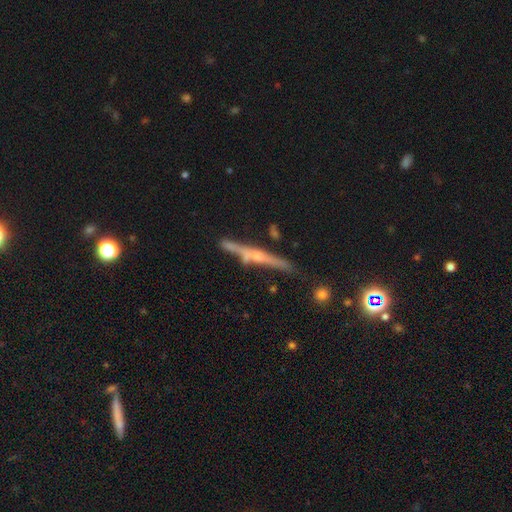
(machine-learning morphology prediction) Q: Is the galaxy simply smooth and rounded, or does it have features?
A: featured or disk — 74%.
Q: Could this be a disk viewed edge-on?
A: yes — 96%.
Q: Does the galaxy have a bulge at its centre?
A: rounded — 66%.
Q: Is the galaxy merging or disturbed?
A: none — 80%.